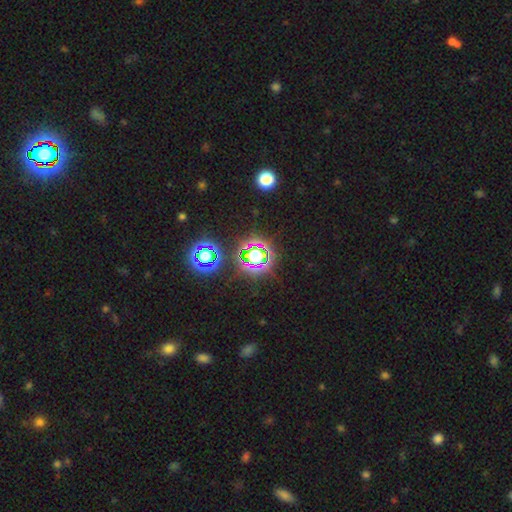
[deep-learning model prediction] Morphology: type=star or artifact (67%).